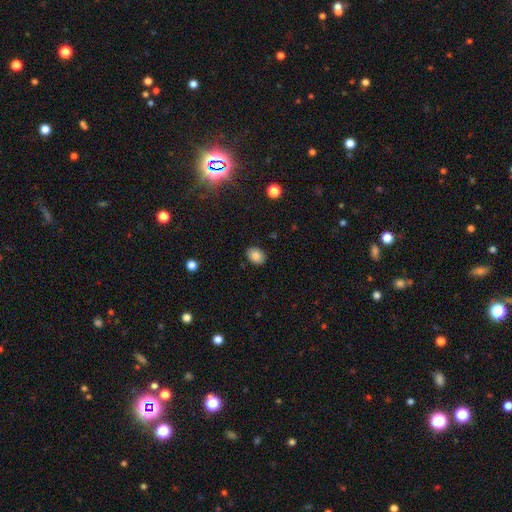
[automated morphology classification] A smooth galaxy with no disk features (82%) that is in between round and cigar-shaped (67%). Merging: none (87%).